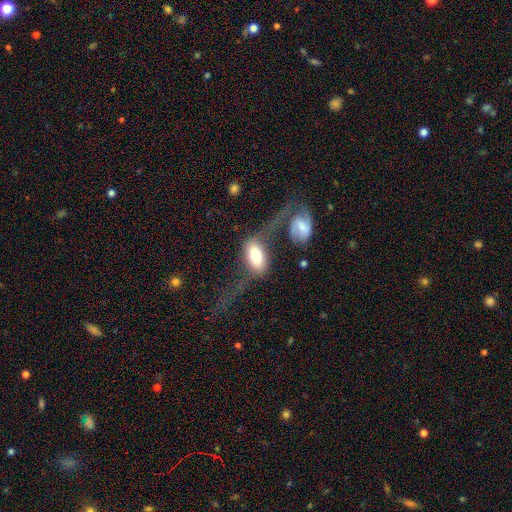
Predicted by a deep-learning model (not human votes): smooth-or-featured: smooth: 65% | featured or disk: 29% | star or artifact: 6%
  how-rounded: in between: 91% | round: 5% | cigar-shaped: 4%
  merging: none: 31% | major disturbance: 29% | merger: 27% | minor disturbance: 14%